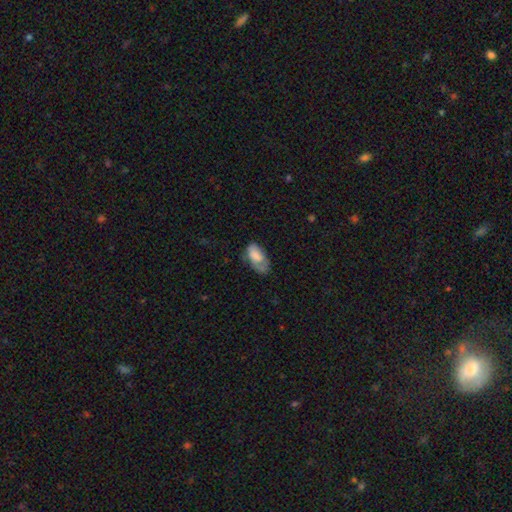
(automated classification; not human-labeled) smooth-or-featured: smooth: 71% | featured or disk: 22% | star or artifact: 7%
  how-rounded: in between: 93% | cigar-shaped: 3% | round: 3%
  merging: none: 41% | minor disturbance: 34% | major disturbance: 22% | merger: 3%